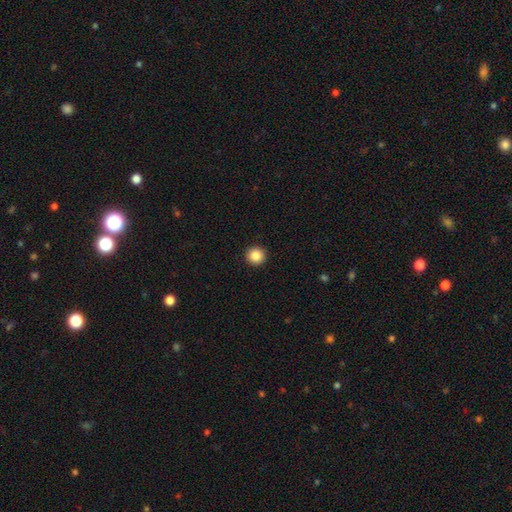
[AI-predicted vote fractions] Smooth or featured: smooth — 87% (star or artifact — 10%)
How rounded: round — 95% (in between — 4%)
Merging: none — 94% (minor disturbance — 4%)